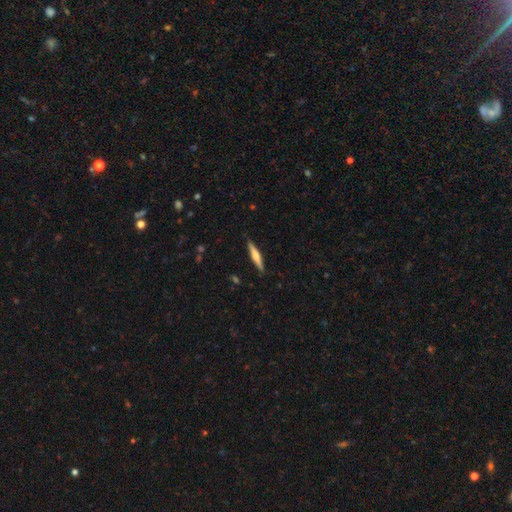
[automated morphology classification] Overall: featured or disk (52%; smooth 42%). Edge-on disk: yes (96%). Edge-on bulge: rounded (82%). Merging: none (90%).